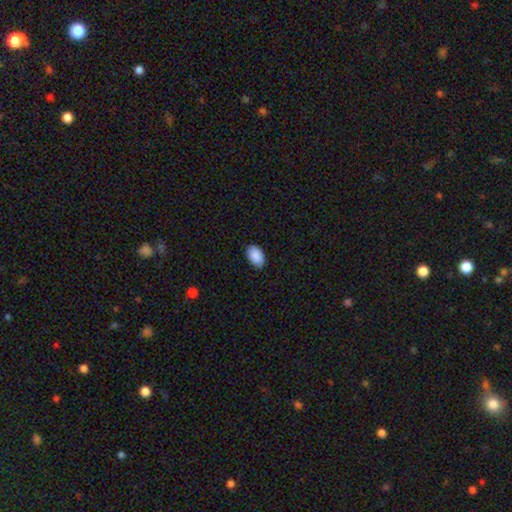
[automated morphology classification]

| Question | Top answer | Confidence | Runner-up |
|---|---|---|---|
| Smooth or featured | smooth | 90% | star or artifact (6%) |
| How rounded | in between | 92% | round (7%) |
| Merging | none | 87% | minor disturbance (10%) |